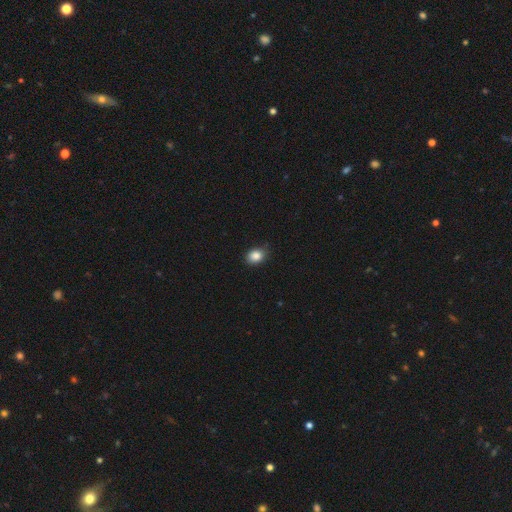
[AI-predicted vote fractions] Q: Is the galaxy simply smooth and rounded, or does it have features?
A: smooth — 86%.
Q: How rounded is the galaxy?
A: in between — 57%.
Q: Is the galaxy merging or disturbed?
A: none — 78%.